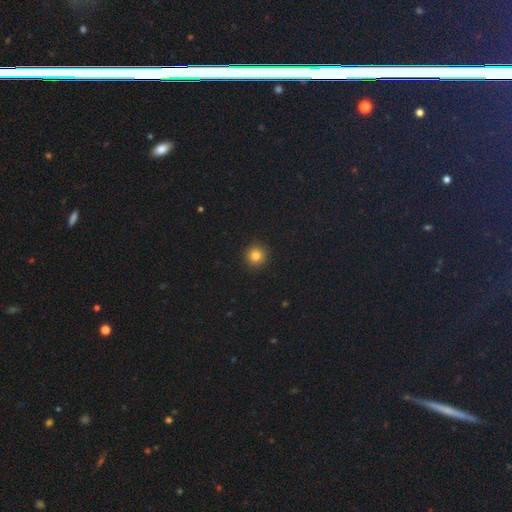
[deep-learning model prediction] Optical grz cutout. It shows a smooth galaxy with no disk features (81%) that is round (95%). Merging: none (93%).